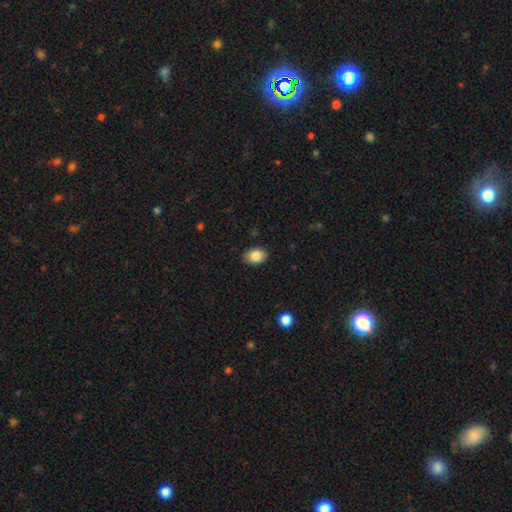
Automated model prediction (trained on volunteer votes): smooth_or_featured: smooth (p=0.86) [alt: star or artifact p=0.08]
how_rounded: in between (p=0.77) [alt: round p=0.22]
merging: none (p=0.88) [alt: minor disturbance p=0.09]